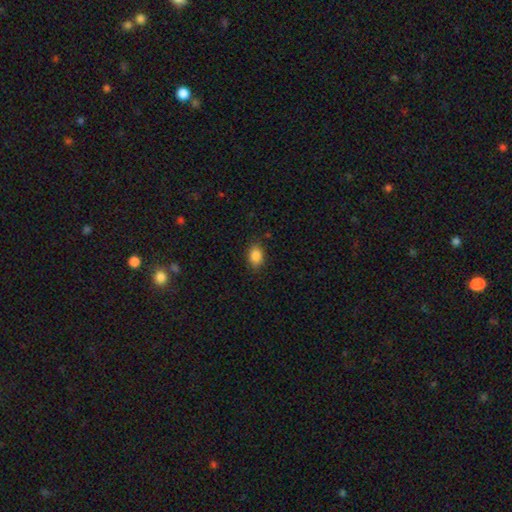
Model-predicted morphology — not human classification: This appears to be a smooth galaxy with no disk features (87%) that is in between round and cigar-shaped (75%). Merging: none (84%).